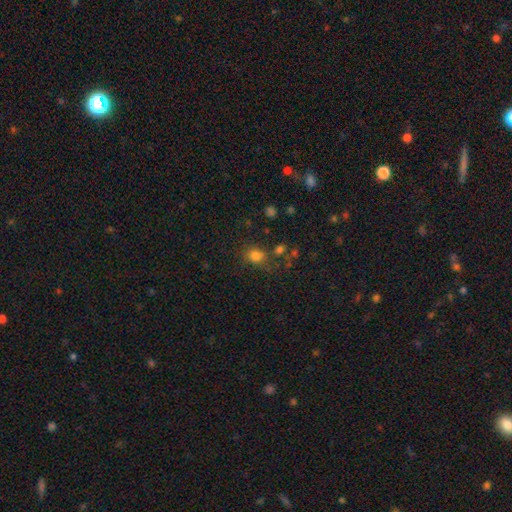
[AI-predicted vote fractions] Smooth or featured? smooth (77%)
How rounded? round (59%)
Merging? none (62%)